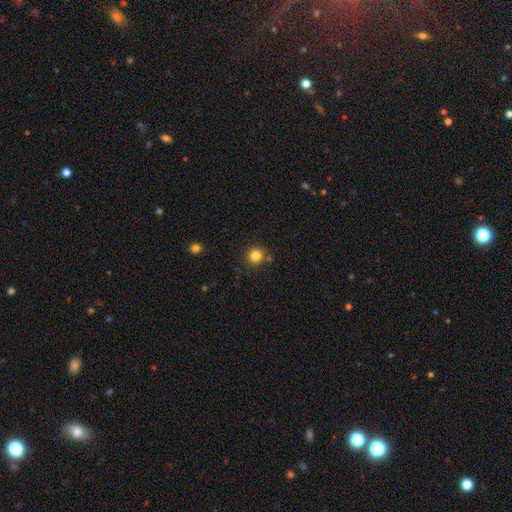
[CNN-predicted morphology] Overall: smooth (82%). How rounded: round (93%). Merging: none (84%).